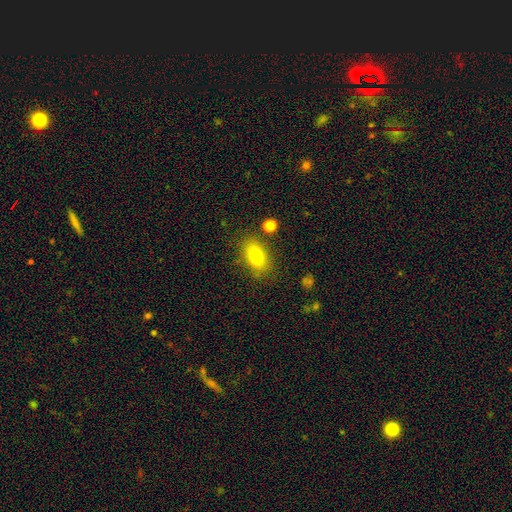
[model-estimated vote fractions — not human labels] Smooth or featured: smooth — 76% (featured or disk — 14%)
How rounded: in between — 85% (round — 11%)
Merging: none — 80% (minor disturbance — 12%)